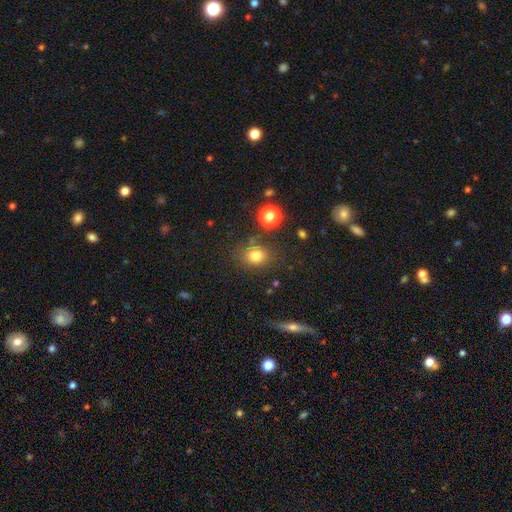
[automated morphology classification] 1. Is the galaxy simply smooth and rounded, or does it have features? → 78% smooth, 15% star or artifact, 8% featured or disk.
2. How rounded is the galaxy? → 58% round, 41% in between, 1% cigar-shaped.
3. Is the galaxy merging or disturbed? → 74% none, 14% minor disturbance, 6% merger, 6% major disturbance.